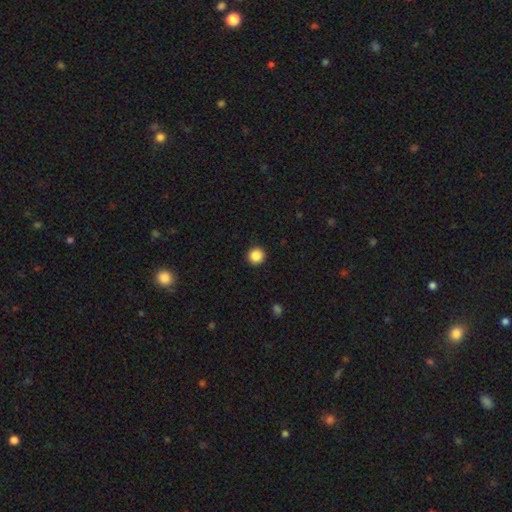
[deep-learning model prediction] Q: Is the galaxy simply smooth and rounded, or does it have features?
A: smooth — 87%.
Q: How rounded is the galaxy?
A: round — 95%.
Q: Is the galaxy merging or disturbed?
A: none — 93%.